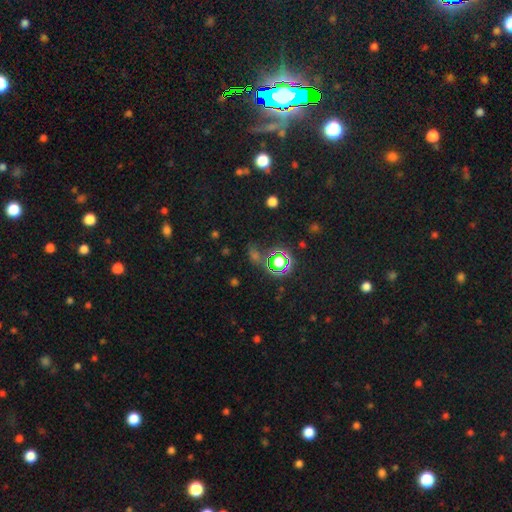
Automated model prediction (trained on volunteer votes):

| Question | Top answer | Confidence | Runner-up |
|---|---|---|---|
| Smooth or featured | star or artifact | 66% | smooth (27%) |